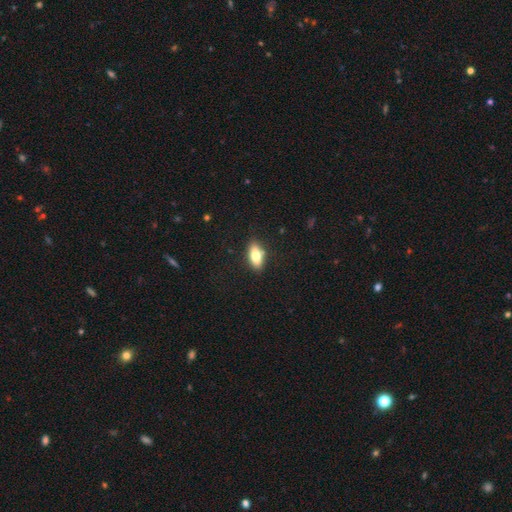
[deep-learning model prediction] This appears to be a smooth galaxy with no disk features (72%) that is in between round and cigar-shaped (84%). Merging: none (85%).